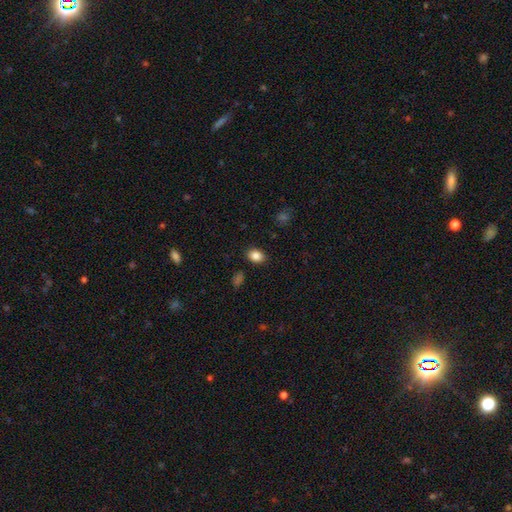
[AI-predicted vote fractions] Smooth or featured?
  - smooth: 85% *
  - star or artifact: 9%
  - featured or disk: 5%
How rounded?
  - in between: 74% *
  - round: 25%
  - cigar-shaped: 1%
Merging?
  - none: 87% *
  - minor disturbance: 9%
  - major disturbance: 2%
  - merger: 1%